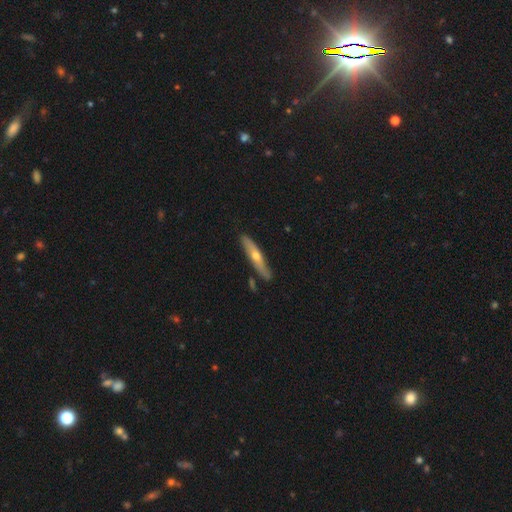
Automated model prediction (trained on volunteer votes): Morphology: type=featured or disk (53%); edge-on=yes (85%); merging=none (83%).